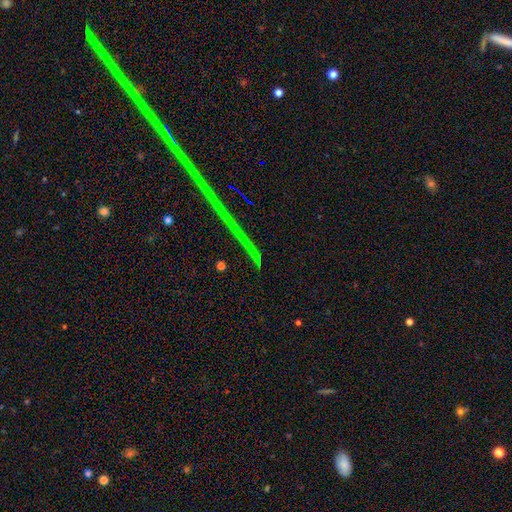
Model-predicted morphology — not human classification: A star or artifact, not a galaxy (77%).